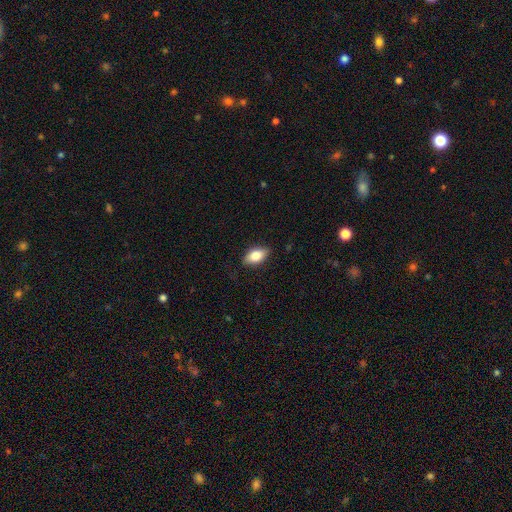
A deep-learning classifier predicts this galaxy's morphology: A smooth galaxy with no disk features (80%) that is in between round and cigar-shaped (90%).

Vote fractions:
- Smooth or featured? smooth: 80% / featured or disk: 13% / star or artifact: 7%
- How rounded? in between: 90% / round: 6% / cigar-shaped: 5%
- Merging? none: 84% / minor disturbance: 13% / major disturbance: 3% / merger: 1%